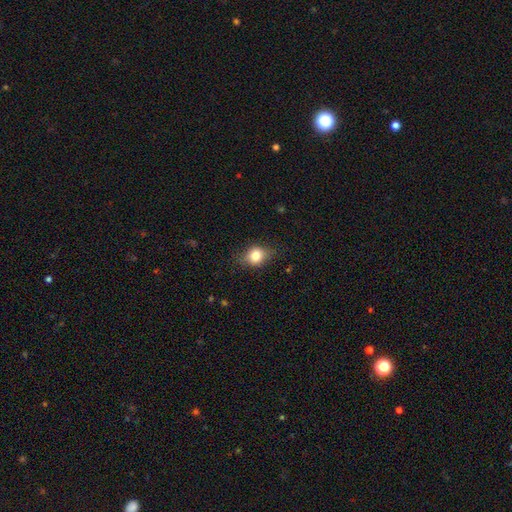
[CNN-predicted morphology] Smooth or featured? Predicted: smooth (p=0.76). How rounded? Predicted: in between (p=0.50). Merging? Predicted: none (p=0.75).